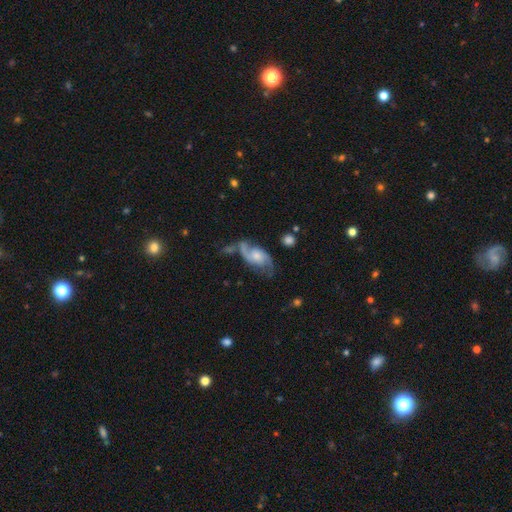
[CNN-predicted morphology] The model was most divided on "spiral winding" (2-way tie): medium: 42%, loose: 42%, tight: 16%. Remaining: edge-on disk — no (96%); spiral arms — yes (94%); spiral arm count — 2 (84%); smooth or featured — featured or disk (79%); bar — no (65%); merging — none (49%); bulge size — small (46%).